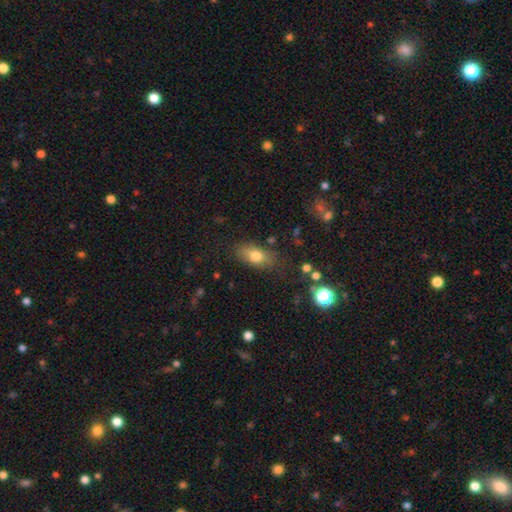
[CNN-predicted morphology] Smooth or featured? Predicted: smooth (p=0.77). How rounded? Predicted: in between (p=0.83). Merging? Predicted: none (p=0.76).